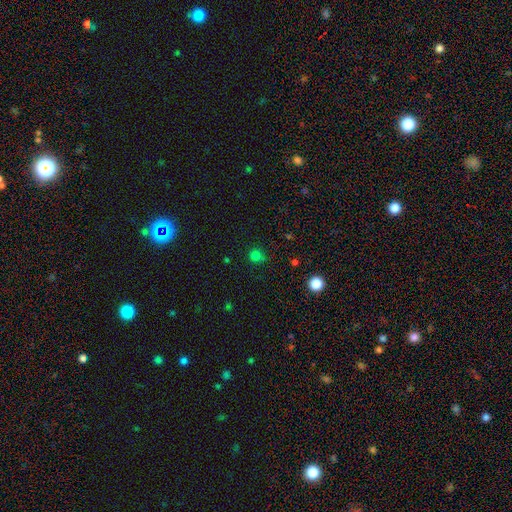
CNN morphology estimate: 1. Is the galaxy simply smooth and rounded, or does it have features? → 76% smooth, 20% star or artifact, 4% featured or disk.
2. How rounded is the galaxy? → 90% round, 9% in between, 1% cigar-shaped.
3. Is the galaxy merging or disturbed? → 78% none, 15% minor disturbance, 4% major disturbance, 3% merger.